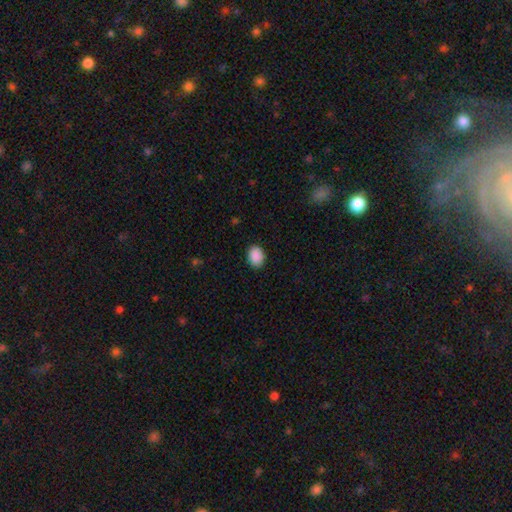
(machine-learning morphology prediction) smooth 90%, star or artifact 7%, featured or disk 2%. Down the decision tree: how rounded — in between (66%); merging — none (88%).